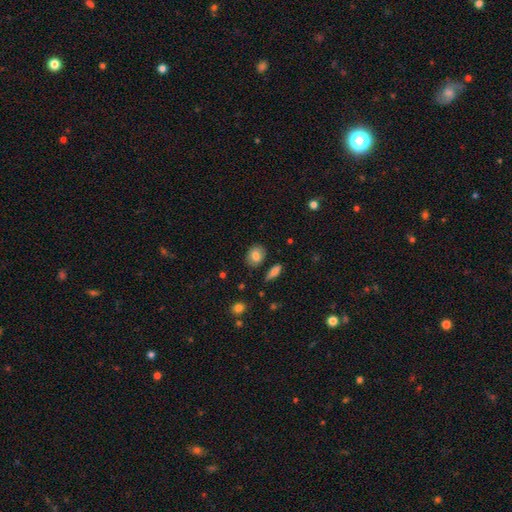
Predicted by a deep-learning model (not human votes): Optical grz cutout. It shows a smooth galaxy with no disk features (79%) that is in between round and cigar-shaped (55%). Merging: none (81%).